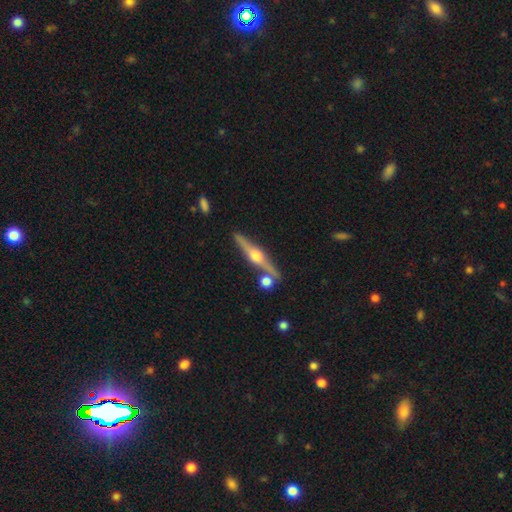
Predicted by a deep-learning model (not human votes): Smooth or featured? featured or disk (81%)
Edge-on disk? yes (97%)
Edge-on bulge? rounded (95%)
Merging? none (81%)